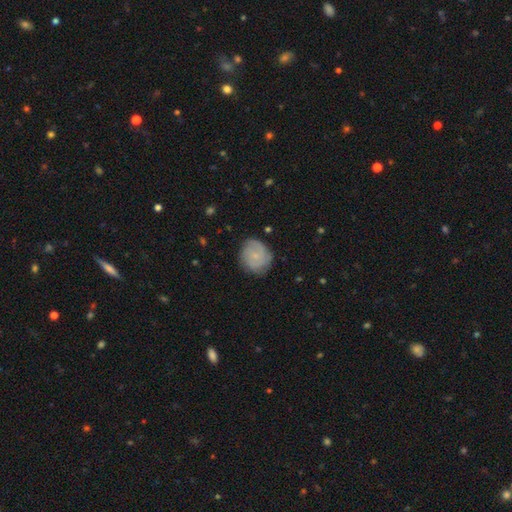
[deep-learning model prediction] Smooth or featured? smooth (49%)
Merging? none (76%)